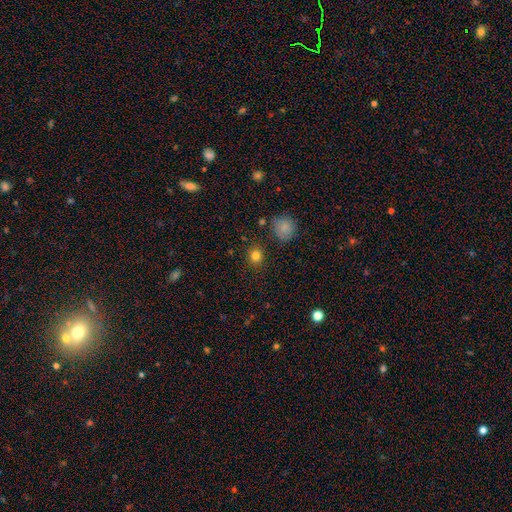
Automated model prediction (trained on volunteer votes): Smooth or featured?
  - smooth: 82% *
  - star or artifact: 13%
  - featured or disk: 6%
How rounded?
  - round: 81% *
  - in between: 18%
  - cigar-shaped: 1%
Merging?
  - none: 86% *
  - minor disturbance: 9%
  - major disturbance: 3%
  - merger: 2%